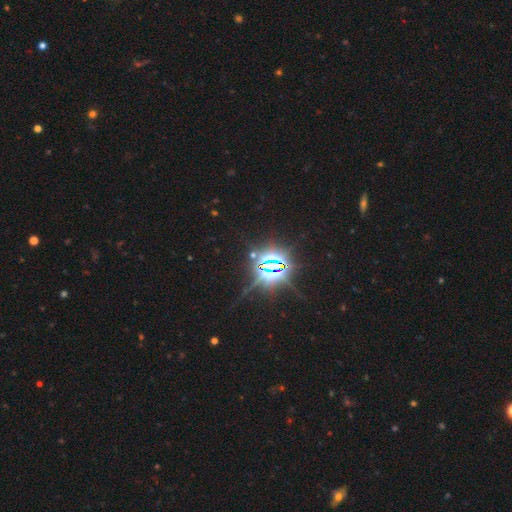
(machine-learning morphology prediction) smooth-or-featured: star or artifact: 85% | featured or disk: 8% | smooth: 7%